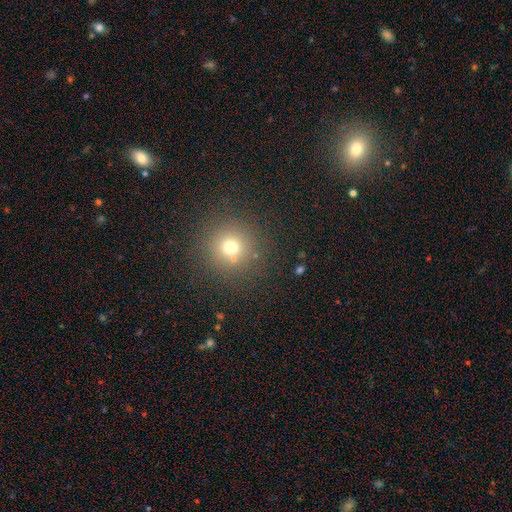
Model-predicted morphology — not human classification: Smooth or featured? smooth (58%)
How rounded? round (94%)
Merging? none (91%)